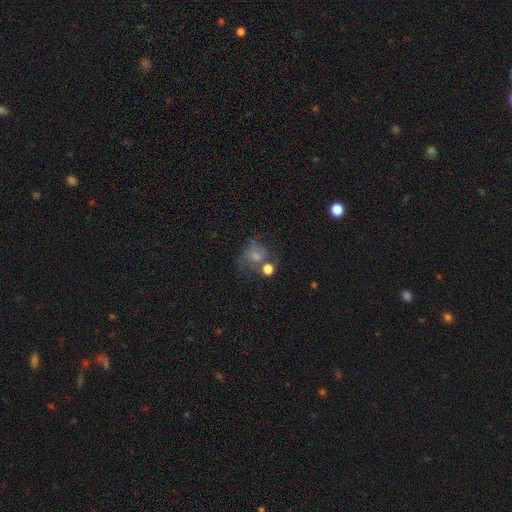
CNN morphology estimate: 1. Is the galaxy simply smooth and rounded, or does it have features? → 47% featured or disk, 31% smooth, 22% star or artifact.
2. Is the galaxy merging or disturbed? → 49% none, 19% minor disturbance, 18% major disturbance, 14% merger.